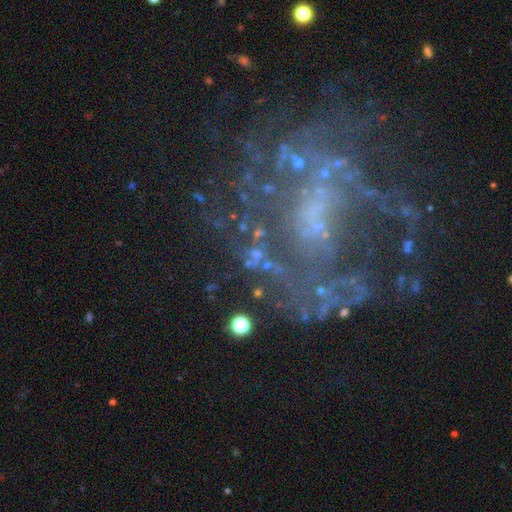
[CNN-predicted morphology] star or artifact 41%, featured or disk 31%, smooth 28%.